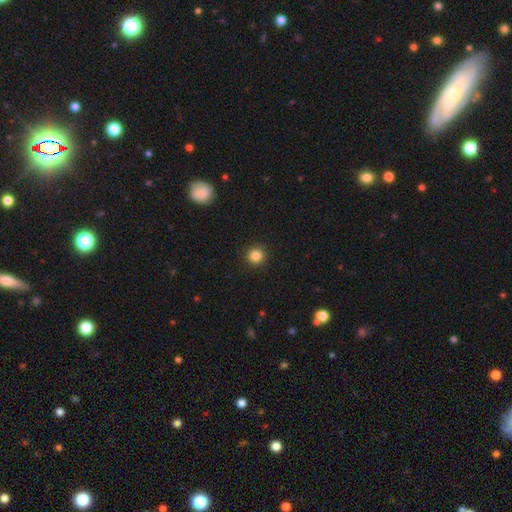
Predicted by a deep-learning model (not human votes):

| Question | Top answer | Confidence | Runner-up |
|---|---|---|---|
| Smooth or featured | smooth | 84% | star or artifact (11%) |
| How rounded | round | 95% | in between (5%) |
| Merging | none | 93% | minor disturbance (5%) |